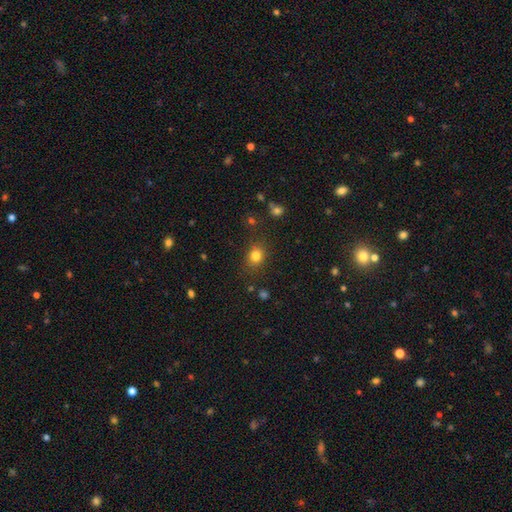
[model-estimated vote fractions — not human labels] A smooth galaxy with no disk features (81%) that is round (65%).

Vote fractions:
- Smooth or featured? smooth: 81% / star or artifact: 13% / featured or disk: 6%
- How rounded? round: 65% / in between: 34% / cigar-shaped: 1%
- Merging? none: 81% / minor disturbance: 12% / major disturbance: 4% / merger: 3%